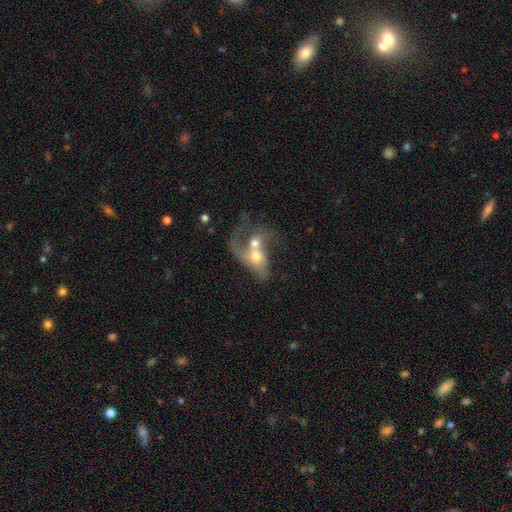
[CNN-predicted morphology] smooth_or_featured: featured or disk (p=0.53) [alt: smooth p=0.38]
disk_edge_on: no (p=0.95) [alt: yes p=0.05]
bar: no (p=0.77) [alt: weak p=0.19]
has_spiral_arms: no (p=0.50) [tied with: yes p=0.50]
bulge_size: moderate (p=0.63) [alt: large p=0.15]
merging: merger (p=0.79) [alt: major disturbance p=0.10]